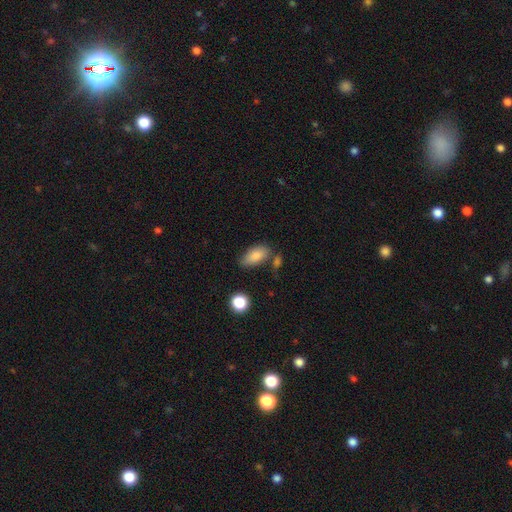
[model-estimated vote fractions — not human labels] Smooth or featured? Predicted: smooth (p=0.83). How rounded? Predicted: in between (p=0.89). Merging? Predicted: none (p=0.66).